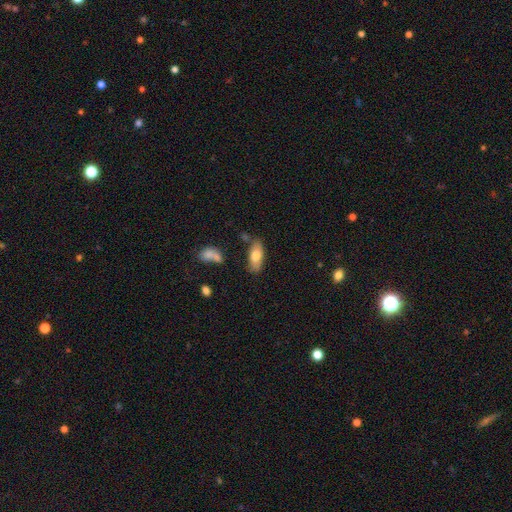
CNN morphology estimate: Overall: smooth (75%). How rounded: in between (82%). Merging: none (73%).